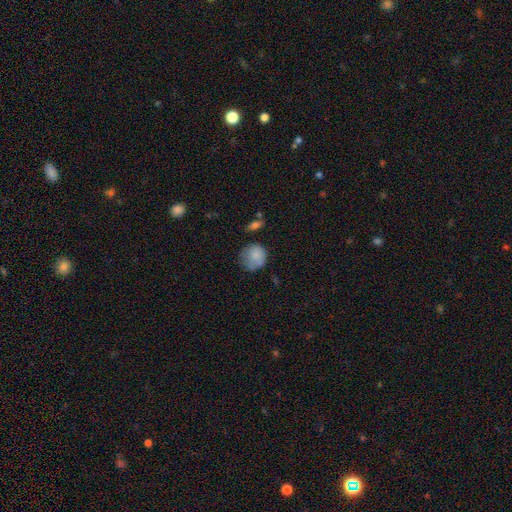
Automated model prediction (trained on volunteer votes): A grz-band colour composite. It shows a smooth galaxy with no disk features (79%) that is round (80%). Merging: none (50%).